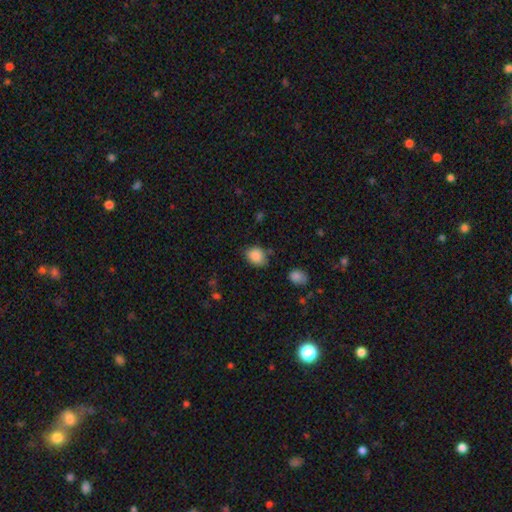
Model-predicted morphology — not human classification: smooth 87%, star or artifact 9%, featured or disk 4%. Down the decision tree: how rounded — round (51%); merging — none (73%).